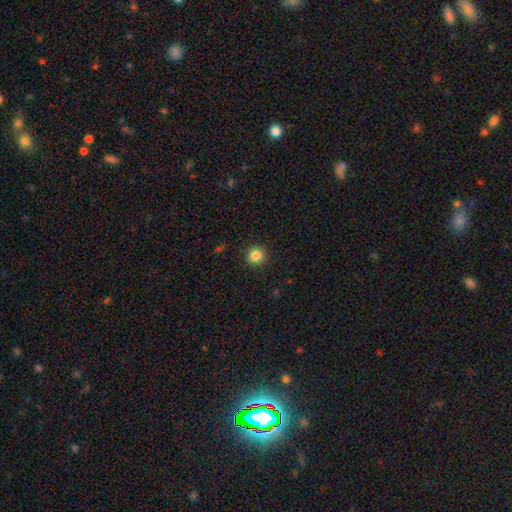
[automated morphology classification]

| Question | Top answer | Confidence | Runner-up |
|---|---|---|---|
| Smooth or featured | smooth | 84% | star or artifact (11%) |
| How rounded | round | 94% | in between (5%) |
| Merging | none | 92% | minor disturbance (6%) |